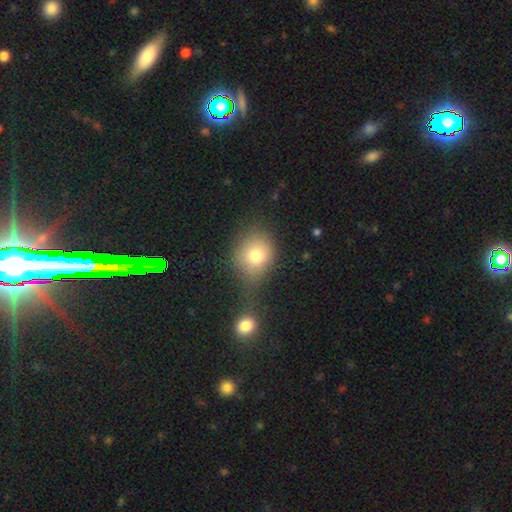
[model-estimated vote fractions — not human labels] Smooth or featured? Predicted: smooth (p=0.78). How rounded? Predicted: round (p=0.62). Merging? Predicted: none (p=0.47).